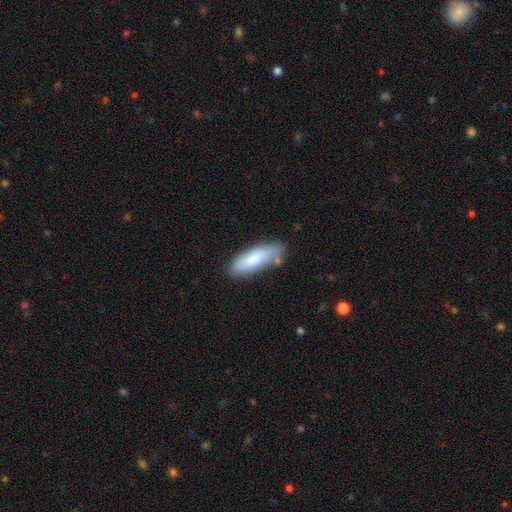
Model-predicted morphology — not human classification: type=smooth (81%); roundness=in between (61%); merging=none (67%).